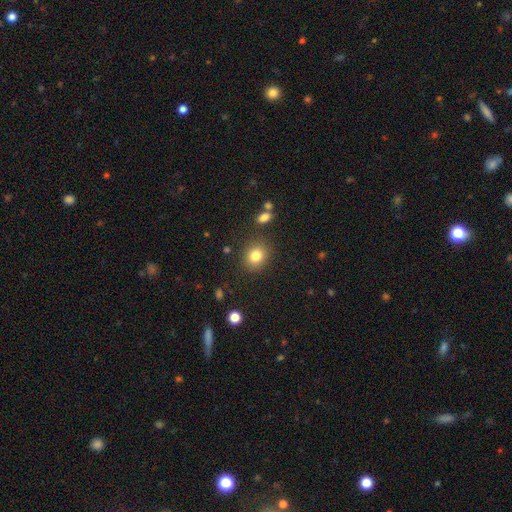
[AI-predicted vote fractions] smooth_or_featured: smooth (p=0.82) [alt: star or artifact p=0.11]
how_rounded: round (p=0.71) [alt: in between p=0.28]
merging: none (p=0.85) [alt: minor disturbance p=0.09]